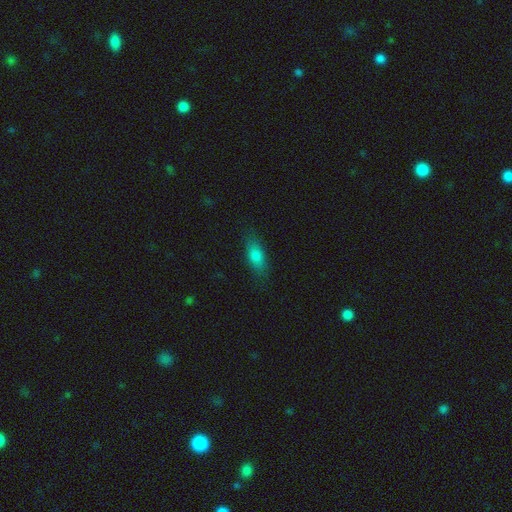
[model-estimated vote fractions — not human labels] Overall: smooth (77%). How rounded: in between (74%). Merging: none (83%).